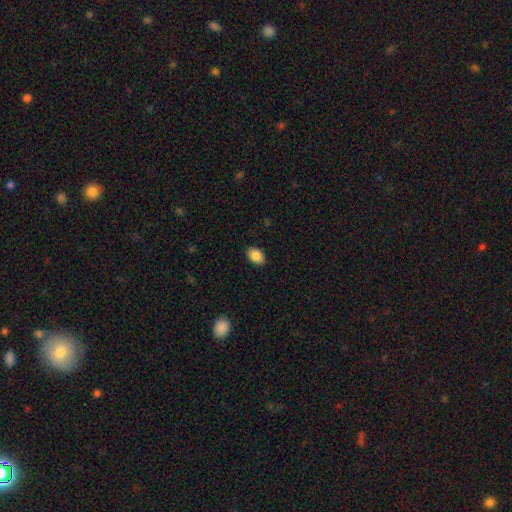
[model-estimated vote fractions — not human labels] Smooth or featured: smooth — 88% (star or artifact — 8%)
How rounded: in between — 81% (round — 18%)
Merging: none — 88% (minor disturbance — 9%)